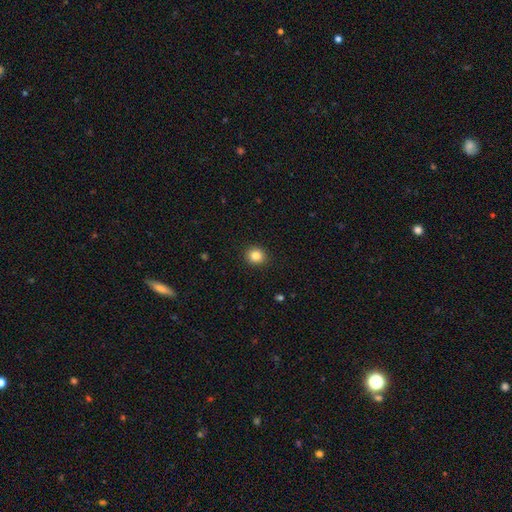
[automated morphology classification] smooth_or_featured: smooth (p=0.84) [alt: star or artifact p=0.10]
how_rounded: round (p=0.84) [alt: in between p=0.15]
merging: none (p=0.91) [alt: minor disturbance p=0.06]